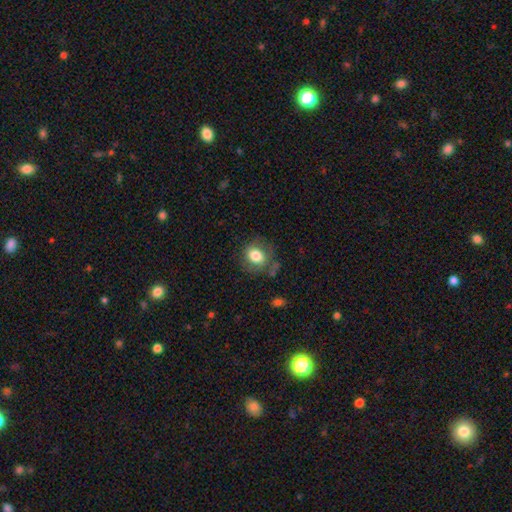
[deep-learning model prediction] smooth 77%, featured or disk 14%, star or artifact 9%. Down the decision tree: how rounded — round (61%); merging — none (68%).